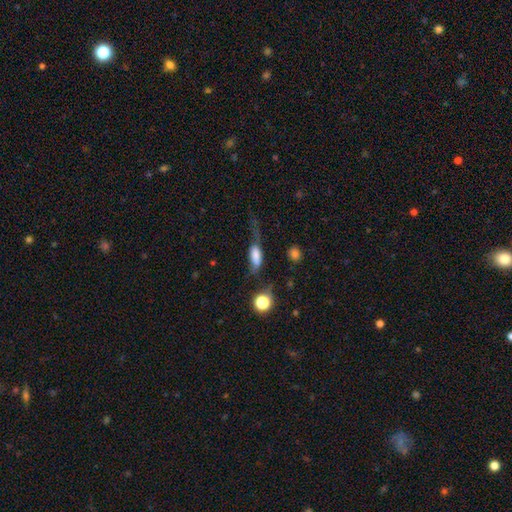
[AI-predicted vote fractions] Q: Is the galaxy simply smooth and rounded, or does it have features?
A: smooth — 64%.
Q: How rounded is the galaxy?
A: in between — 68%.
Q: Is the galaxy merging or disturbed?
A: major disturbance — 40%.